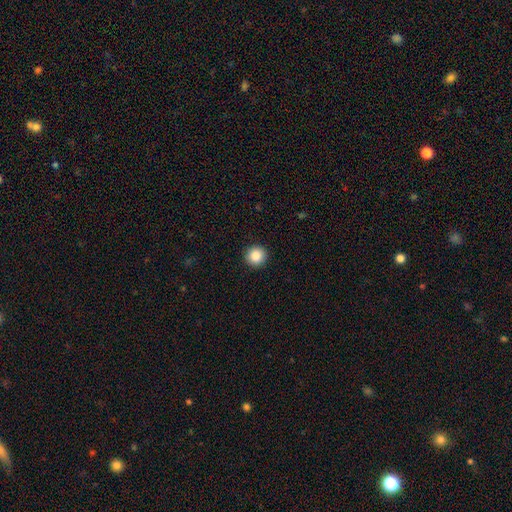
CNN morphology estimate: The model was most divided on "smooth or featured": smooth: 86%, star or artifact: 9%, featured or disk: 5%. More confident: how rounded — round (95%); merging — none (93%).